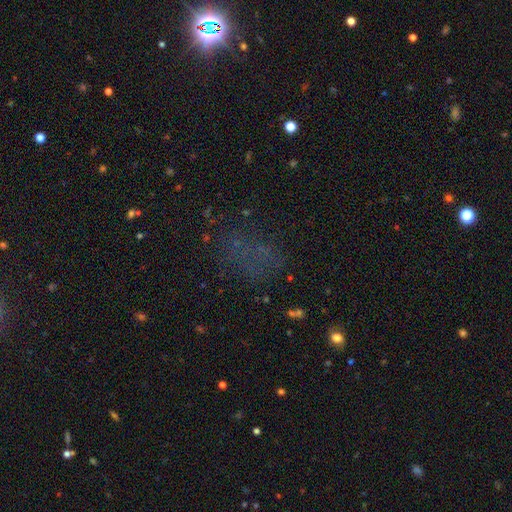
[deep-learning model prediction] A star or artifact, not a galaxy (46%).

Vote fractions:
- Smooth or featured? star or artifact: 46% / smooth: 37% / featured or disk: 17%